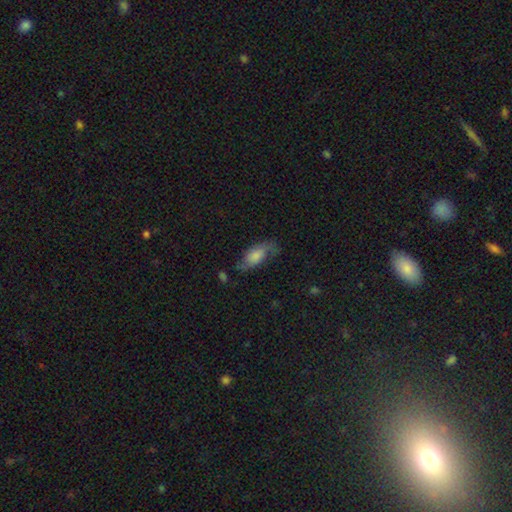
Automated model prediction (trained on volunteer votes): smooth_or_featured: smooth (p=0.54) [alt: featured or disk p=0.38]
how_rounded: in between (p=0.86) [alt: cigar-shaped p=0.10]
merging: none (p=0.55) [alt: minor disturbance p=0.28]